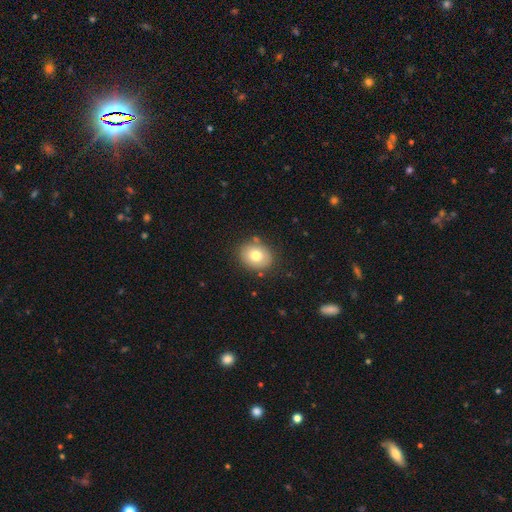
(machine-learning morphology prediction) A smooth galaxy with no disk features (76%) that is round (59%).

Vote fractions:
- Smooth or featured? smooth: 76% / featured or disk: 14% / star or artifact: 10%
- How rounded? round: 59% / in between: 41% / cigar-shaped: 1%
- Merging? none: 82% / minor disturbance: 12% / merger: 3% / major disturbance: 3%